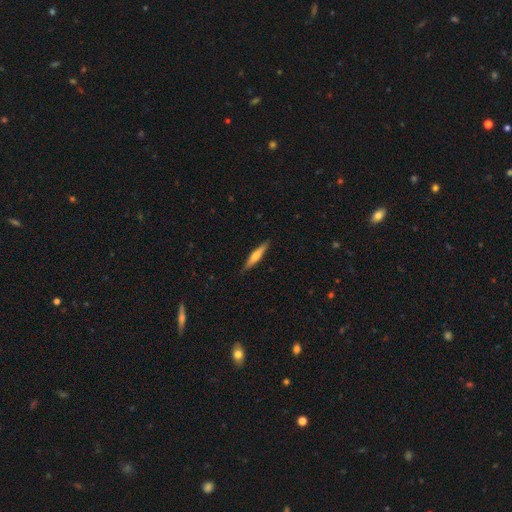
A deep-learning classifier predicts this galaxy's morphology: Smooth or featured: smooth — 48% (featured or disk — 47%)
Merging: none — 89% (minor disturbance — 8%)